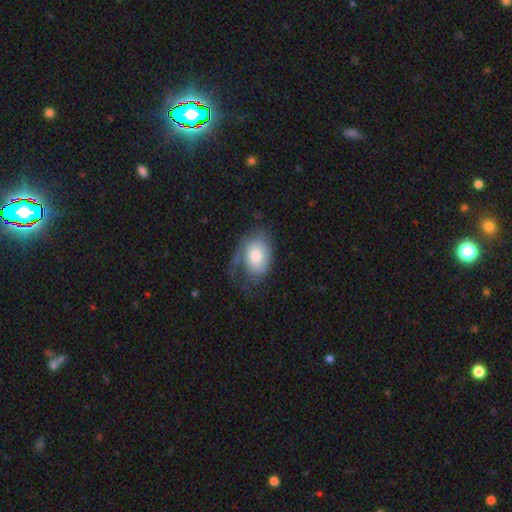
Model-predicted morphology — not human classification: This appears to be a smooth galaxy with no disk features (55%) that is in between round and cigar-shaped (81%). Merging: none (40%).